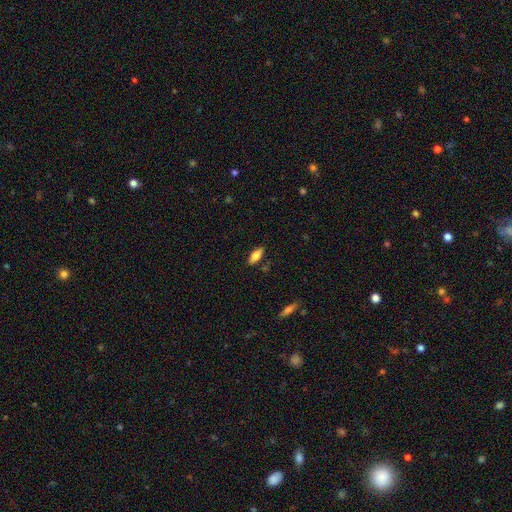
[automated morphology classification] smooth-or-featured: smooth: 72% | featured or disk: 21% | star or artifact: 7%
  how-rounded: in between: 78% | cigar-shaped: 19% | round: 2%
  merging: none: 85% | minor disturbance: 10% | major disturbance: 2% | merger: 2%